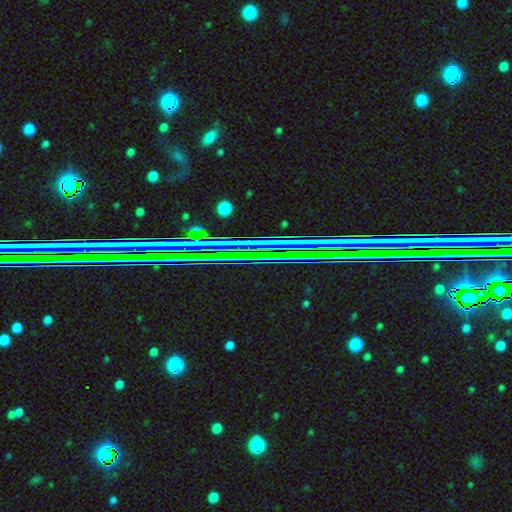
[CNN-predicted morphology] This is likely a star or artifact rather than a galaxy (75%).